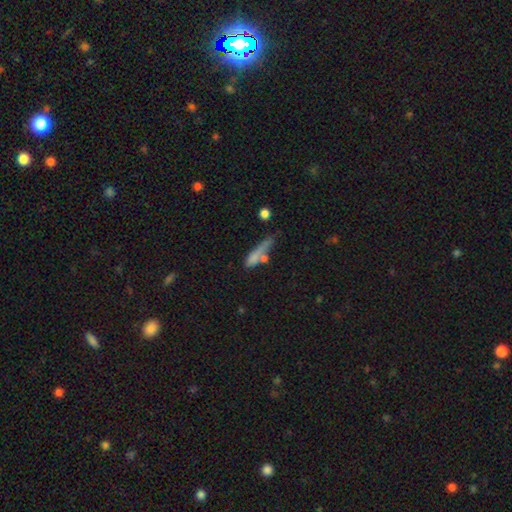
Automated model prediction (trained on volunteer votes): smooth_or_featured: smooth (p=0.66) [alt: featured or disk p=0.23]
how_rounded: cigar-shaped (p=0.71) [alt: in between p=0.24]
merging: none (p=0.39) [alt: minor disturbance p=0.23]